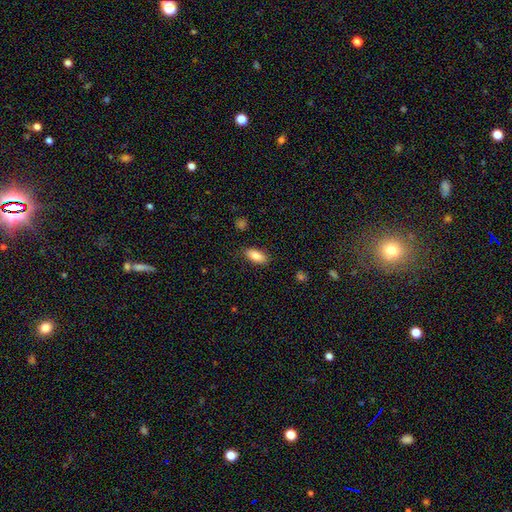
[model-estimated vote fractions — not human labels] Morphology: type=smooth (85%); roundness=in between (87%); merging=none (86%).